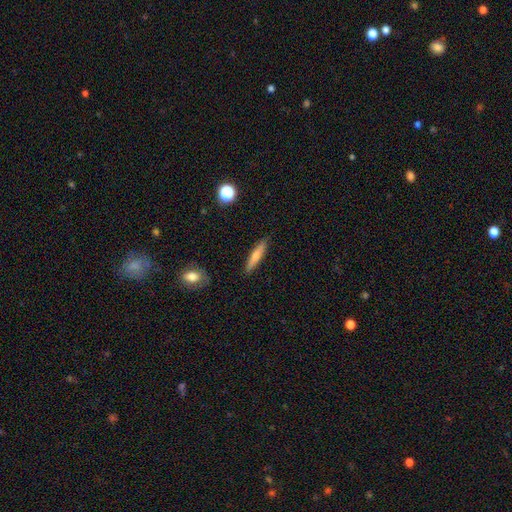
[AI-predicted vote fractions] Overall: smooth (59%; featured or disk 34%). How rounded: cigar-shaped (87%). Merging: none (90%).